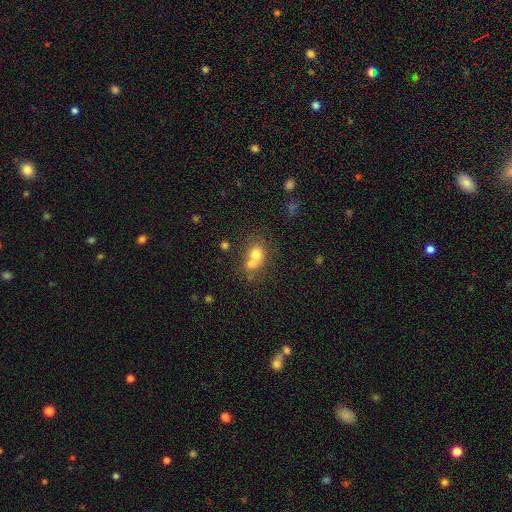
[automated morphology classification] The model was most divided on "how rounded": round: 65%, in between: 34%, cigar-shaped: 1%. More confident: smooth or featured — smooth (69%); merging — merger (60%).